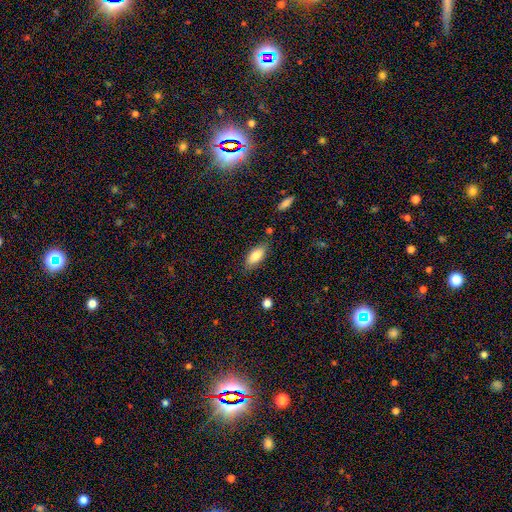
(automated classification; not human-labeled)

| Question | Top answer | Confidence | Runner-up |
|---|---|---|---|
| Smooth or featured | smooth | 82% | featured or disk (12%) |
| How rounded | in between | 83% | cigar-shaped (15%) |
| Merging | none | 78% | minor disturbance (16%) |